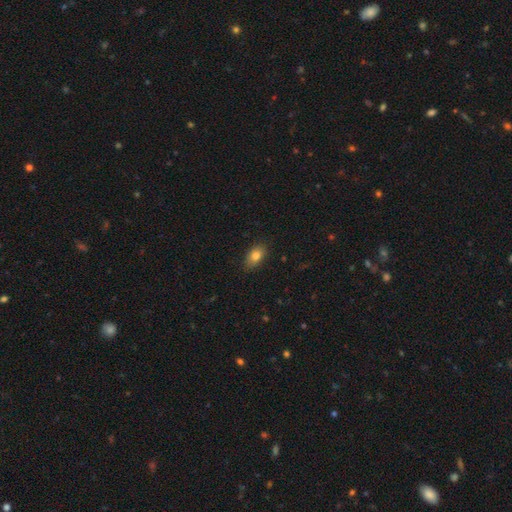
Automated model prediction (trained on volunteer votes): Overall: smooth (82%). How rounded: in between (87%). Merging: none (82%).